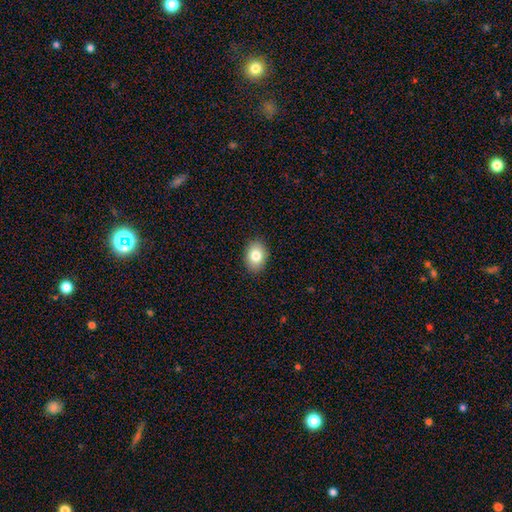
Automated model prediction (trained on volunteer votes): Smooth or featured? smooth (82%)
How rounded? in between (77%)
Merging? none (90%)